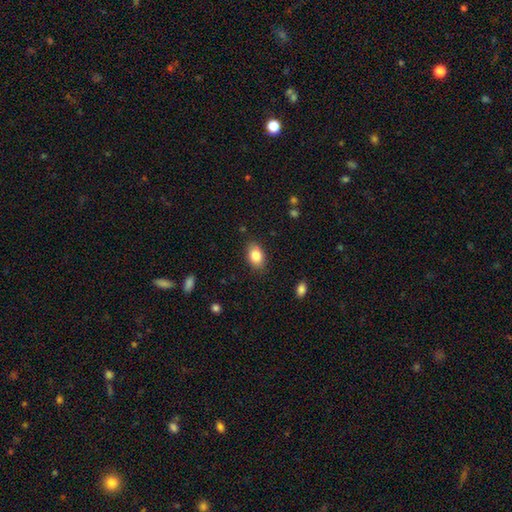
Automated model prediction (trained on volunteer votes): smooth_or_featured: smooth (p=0.84) [alt: featured or disk p=0.09]
how_rounded: in between (p=0.85) [alt: round p=0.14]
merging: none (p=0.84) [alt: minor disturbance p=0.12]